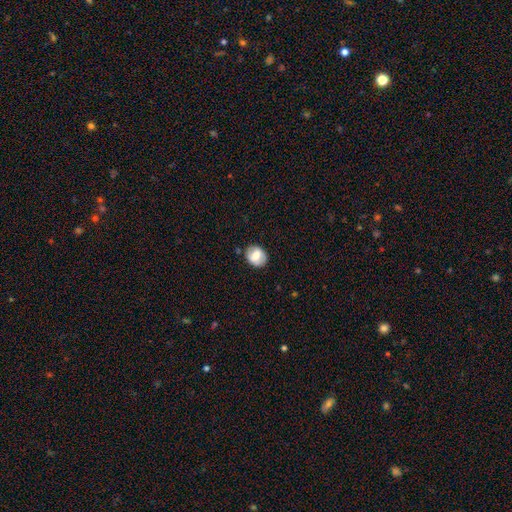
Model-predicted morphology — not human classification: smooth 63%, featured or disk 29%, star or artifact 8%. Down the decision tree: how rounded — round (53%); merging — none (81%).